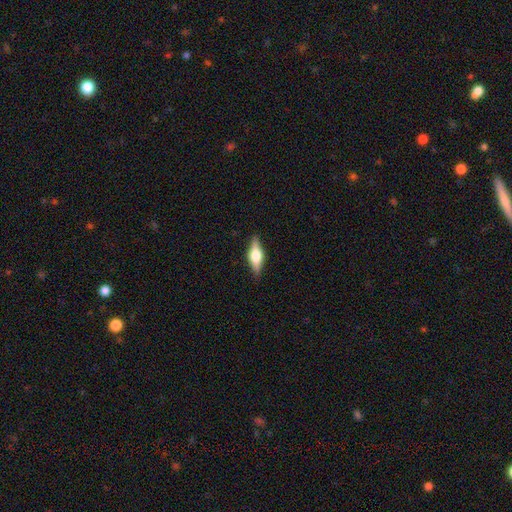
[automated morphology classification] A featured or disk galaxy (58%) viewed edge-on (95%) with a rounded central bulge (92%). Merging: none (88%).